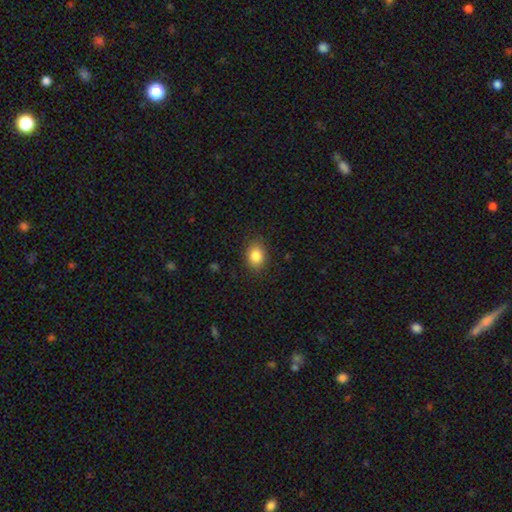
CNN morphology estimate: This appears to be a smooth galaxy with no disk features (85%) that is in between round and cigar-shaped (55%). Merging: none (86%).